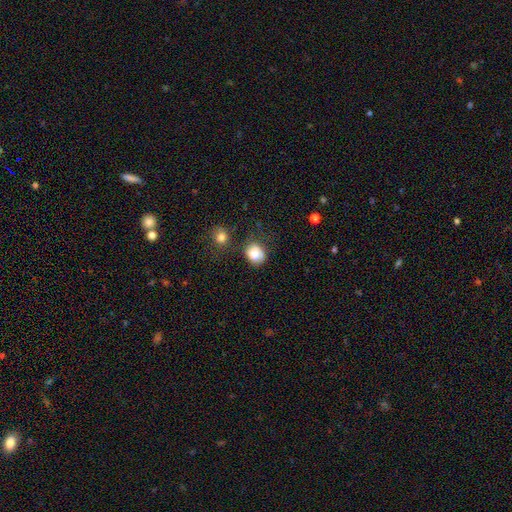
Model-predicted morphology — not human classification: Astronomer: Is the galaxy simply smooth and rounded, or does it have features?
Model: smooth — 77%.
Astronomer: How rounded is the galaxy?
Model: round — 60% (runner-up: in between, 39%).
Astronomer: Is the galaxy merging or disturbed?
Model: none — 56%.